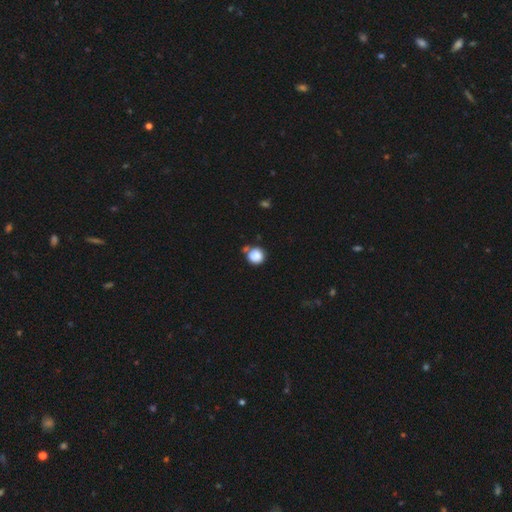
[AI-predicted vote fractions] Smooth or featured? smooth (86%)
How rounded? round (91%)
Merging? none (62%)